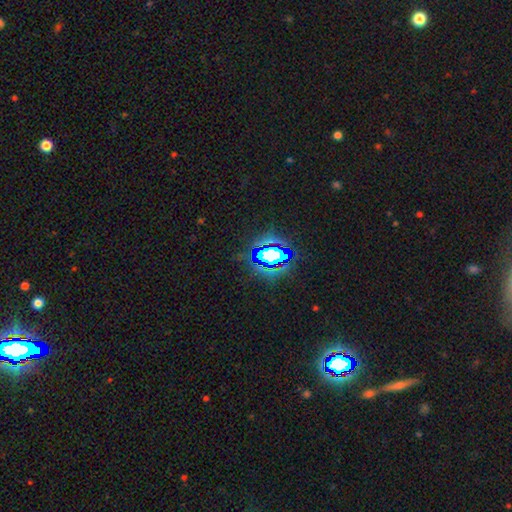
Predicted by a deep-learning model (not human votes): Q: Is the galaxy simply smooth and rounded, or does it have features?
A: star or artifact — 78%.